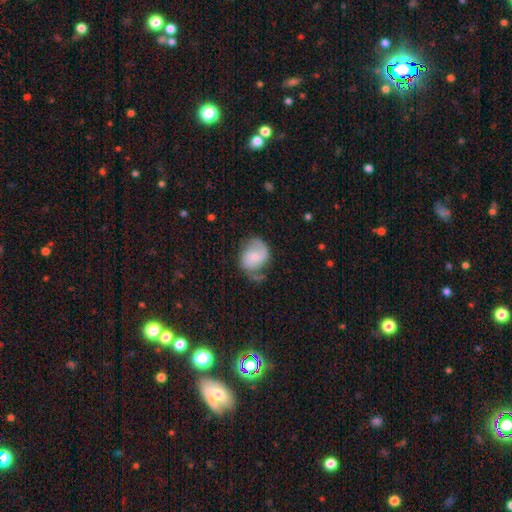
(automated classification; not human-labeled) The model was most divided on "spiral winding": medium: 44%, loose: 35%, tight: 21%. Remaining: edge-on disk — no (97%); spiral arms — yes (89%); spiral arm count — 2 (79%); smooth or featured — featured or disk (62%); bar — no (55%); bulge size — small (52%); merging — none (49%).